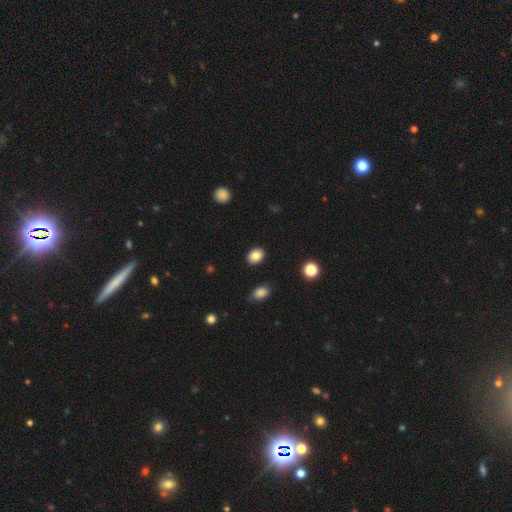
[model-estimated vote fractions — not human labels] This is clearly a smooth galaxy (86%). How rounded: likely in between (63%). Merging: clearly none (89%).